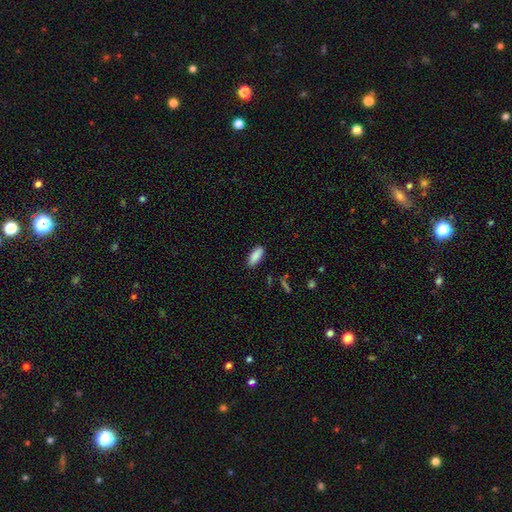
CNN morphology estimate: Overall: smooth (88%). How rounded: in between (79%). Merging: none (86%).